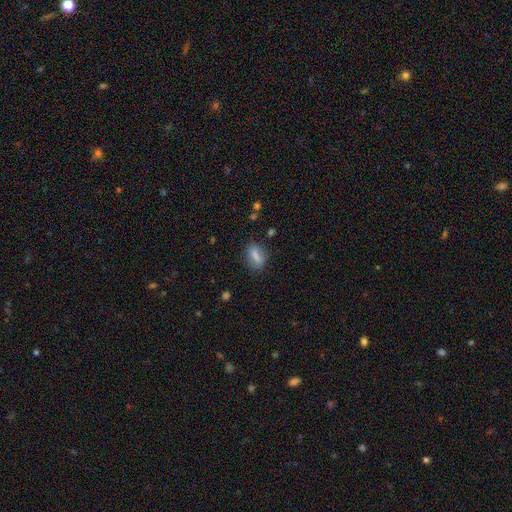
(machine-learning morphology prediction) A smooth galaxy with no disk features (75%) that is in between round and cigar-shaped (71%).

Vote fractions:
- Smooth or featured? smooth: 75% / featured or disk: 16% / star or artifact: 9%
- How rounded? in between: 71% / cigar-shaped: 18% / round: 10%
- Merging? none: 77% / minor disturbance: 15% / major disturbance: 5% / merger: 2%